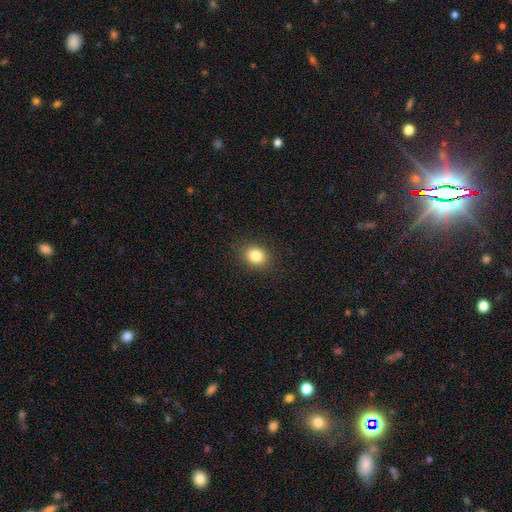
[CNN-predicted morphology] smooth-or-featured: smooth: 83% | star or artifact: 11% | featured or disk: 6%
  how-rounded: round: 57% | in between: 42% | cigar-shaped: 1%
  merging: none: 87% | minor disturbance: 9% | major disturbance: 3% | merger: 1%